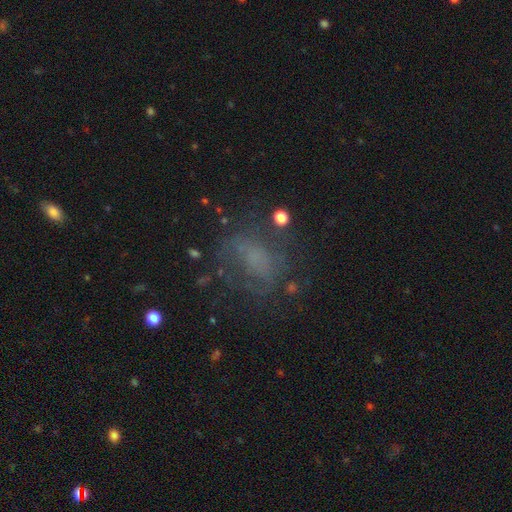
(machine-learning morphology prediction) The model was most divided on "smooth or featured": smooth: 42%, featured or disk: 32%, star or artifact: 26%. More confident: merging — none (57%).